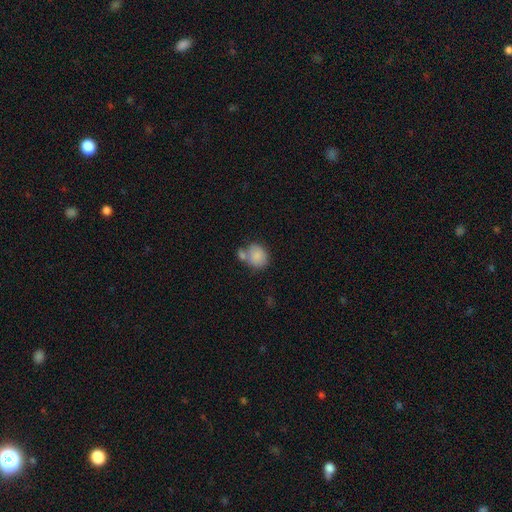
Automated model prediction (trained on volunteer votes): A smooth galaxy with no disk features (84%) that is round (65%). Merging: none (45%).